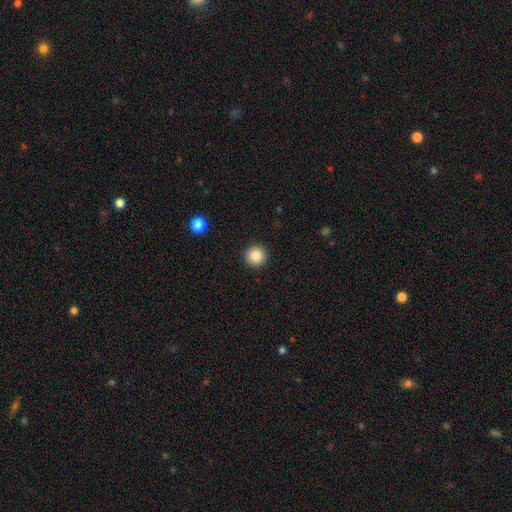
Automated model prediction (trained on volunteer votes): smooth 85%, star or artifact 10%, featured or disk 5%. Down the decision tree: how rounded — round (96%); merging — none (93%).